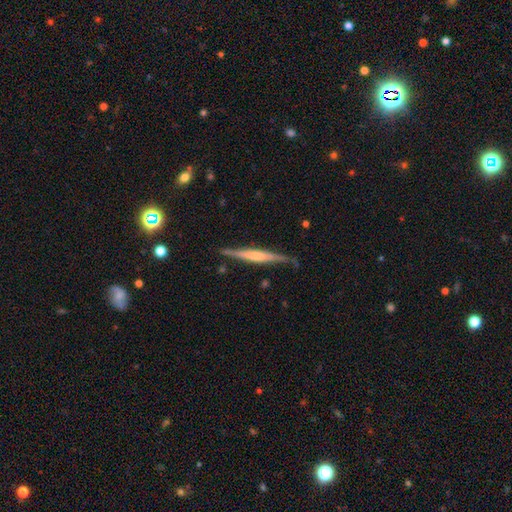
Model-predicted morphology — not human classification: A featured or disk galaxy (63%) viewed edge-on (96%) with a rounded central bulge (42%). Merging: none (80%).